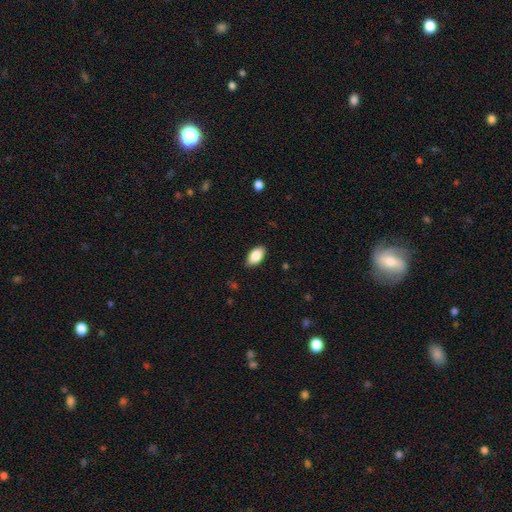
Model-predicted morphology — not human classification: Overall: smooth (87%). How rounded: in between (94%). Merging: none (87%).